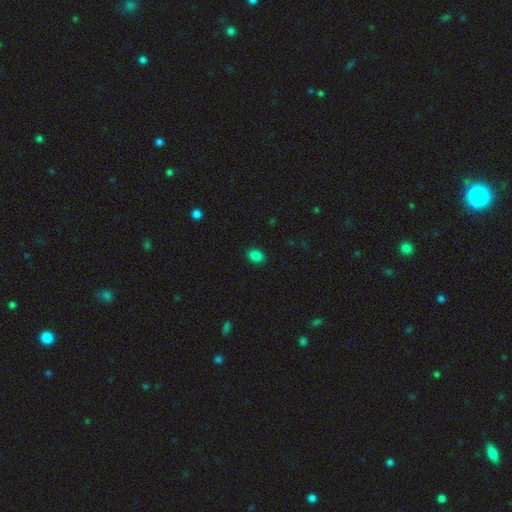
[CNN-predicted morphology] This appears to be a smooth galaxy with no disk features (85%) that is in between round and cigar-shaped (79%). Merging: none (89%).